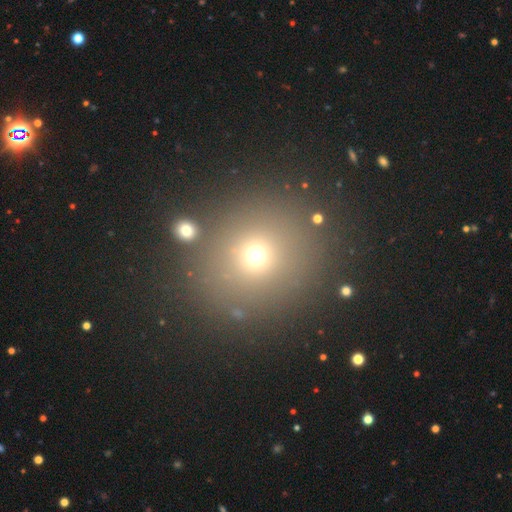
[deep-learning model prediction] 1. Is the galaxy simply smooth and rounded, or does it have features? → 64% smooth, 26% star or artifact, 10% featured or disk.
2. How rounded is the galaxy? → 87% round, 12% in between, 1% cigar-shaped.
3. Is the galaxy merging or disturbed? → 84% none, 8% minor disturbance, 5% merger, 4% major disturbance.